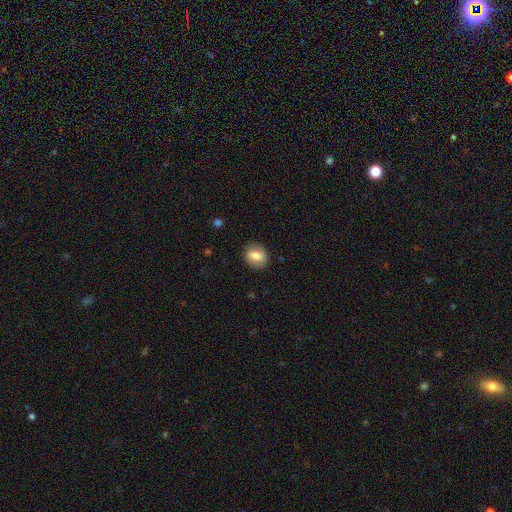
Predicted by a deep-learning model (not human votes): Smooth or featured? smooth (68%)
How rounded? round (56%)
Merging? none (83%)